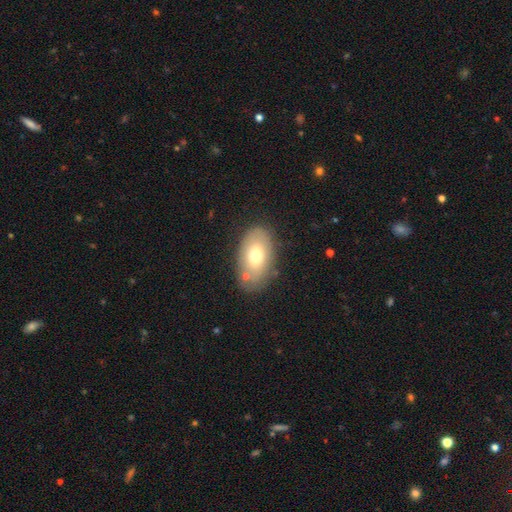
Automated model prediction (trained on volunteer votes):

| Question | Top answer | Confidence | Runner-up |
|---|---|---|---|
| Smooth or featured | smooth | 66% | featured or disk (26%) |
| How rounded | in between | 91% | round (7%) |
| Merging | none | 75% | minor disturbance (14%) |